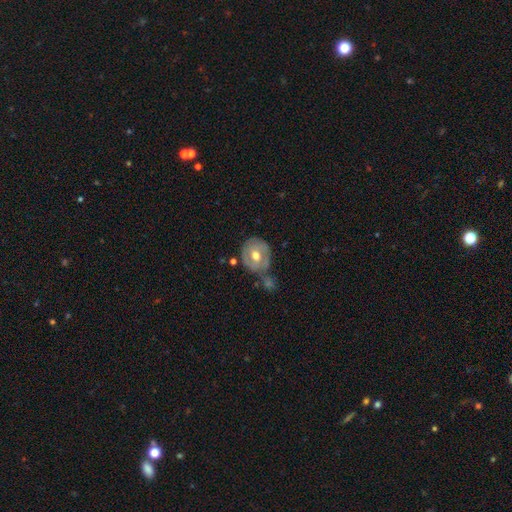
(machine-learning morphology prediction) featured or disk 50%, smooth 43%, star or artifact 7%. Down the decision tree: edge-on disk — no (95%); merging — none (54%).